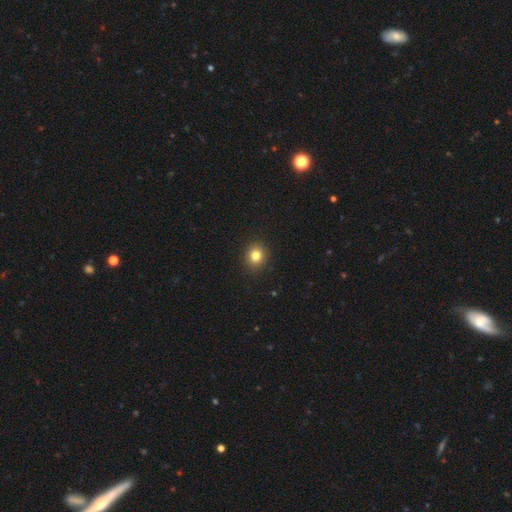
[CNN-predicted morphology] Smooth or featured? Predicted: smooth (p=0.81). How rounded? Predicted: round (p=0.81). Merging? Predicted: none (p=0.91).